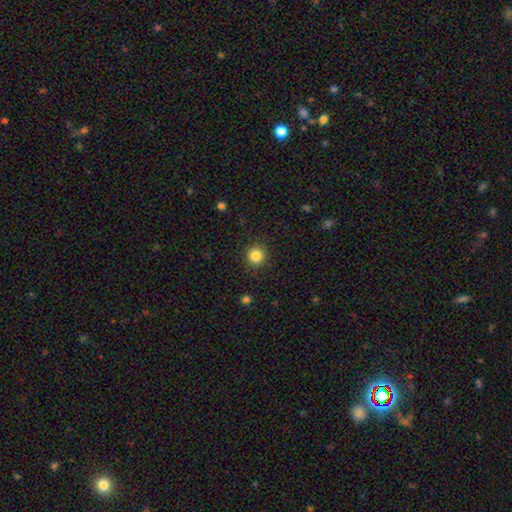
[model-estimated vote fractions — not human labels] Smooth or featured? Predicted: smooth (p=0.84). How rounded? Predicted: round (p=0.92). Merging? Predicted: none (p=0.89).